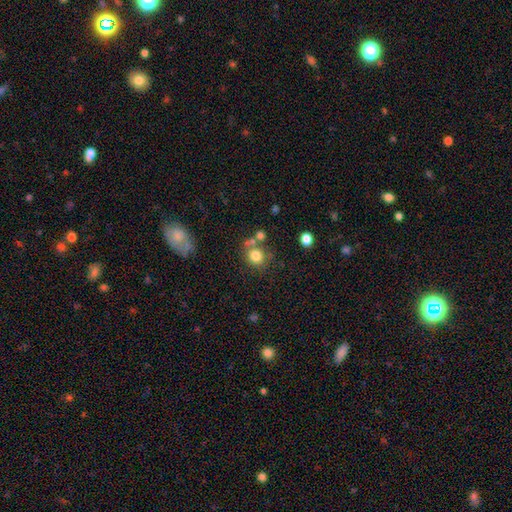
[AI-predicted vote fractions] This is likely a smooth galaxy (79%). How rounded: clearly round (81%). Merging: likely none (63%).